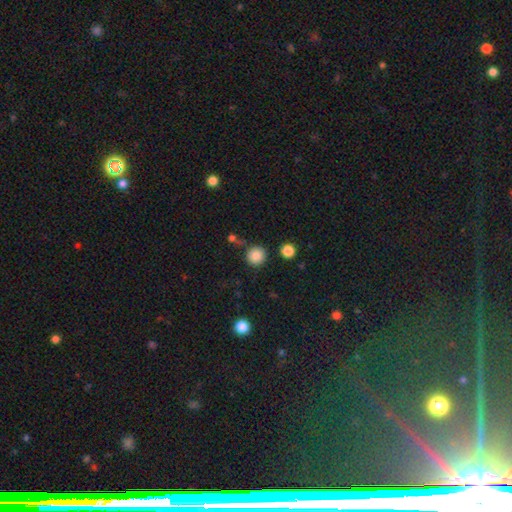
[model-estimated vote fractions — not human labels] Smooth or featured? Predicted: smooth (p=0.85). How rounded? Predicted: round (p=0.93). Merging? Predicted: none (p=0.82).